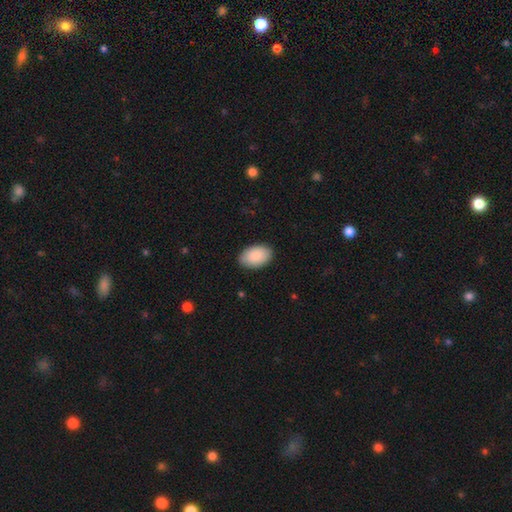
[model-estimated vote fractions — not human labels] Overall: smooth (89%). How rounded: in between (93%). Merging: none (88%).